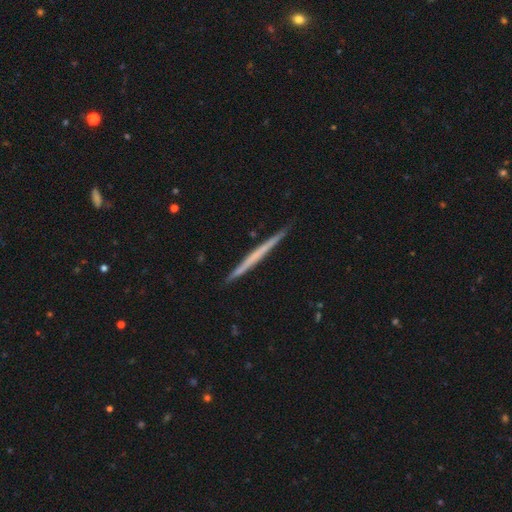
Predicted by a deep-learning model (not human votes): Smooth or featured?
  - featured or disk: 54% *
  - smooth: 41%
  - star or artifact: 5%
Edge-on disk?
  - yes: 98% *
  - no: 2%
Edge-on bulge?
  - none: 91% *
  - rounded: 6%
  - boxy: 3%
Merging?
  - none: 91% *
  - minor disturbance: 6%
  - major disturbance: 1%
  - merger: 1%